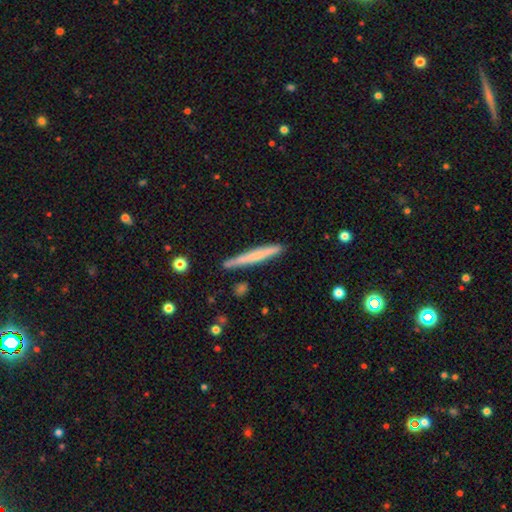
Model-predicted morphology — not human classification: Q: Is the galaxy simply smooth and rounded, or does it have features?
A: smooth — 57%.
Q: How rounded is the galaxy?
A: cigar-shaped — 96%.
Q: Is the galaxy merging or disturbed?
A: none — 86%.